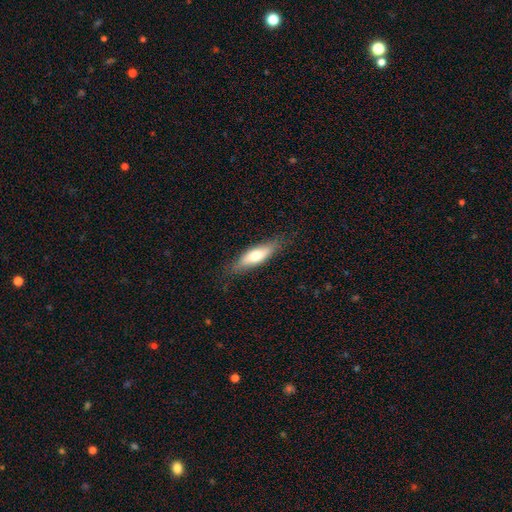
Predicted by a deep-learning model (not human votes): Smooth or featured: smooth — 65% (featured or disk — 29%)
How rounded: cigar-shaped — 50% (in between — 48%)
Merging: none — 80% (minor disturbance — 16%)